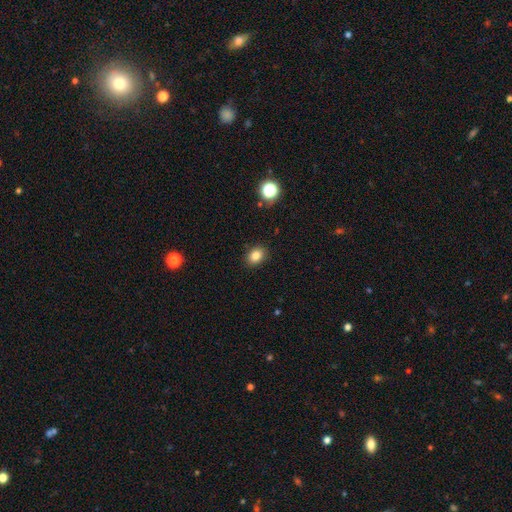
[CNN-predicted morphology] This is clearly a smooth galaxy (83%). How rounded: possibly in between (59%). Merging: clearly none (88%).